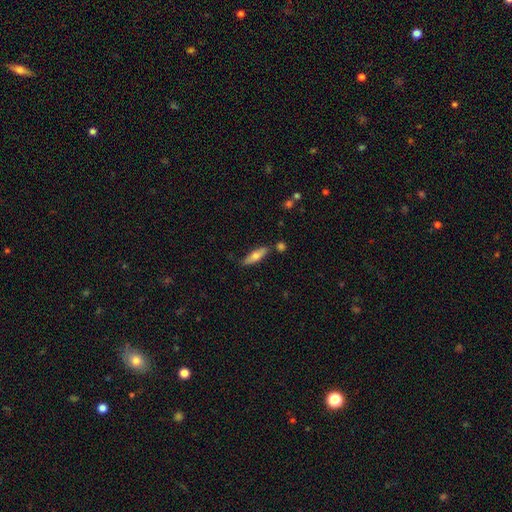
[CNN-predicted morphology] Smooth or featured? smooth (61%)
How rounded? cigar-shaped (60%)
Merging? none (79%)